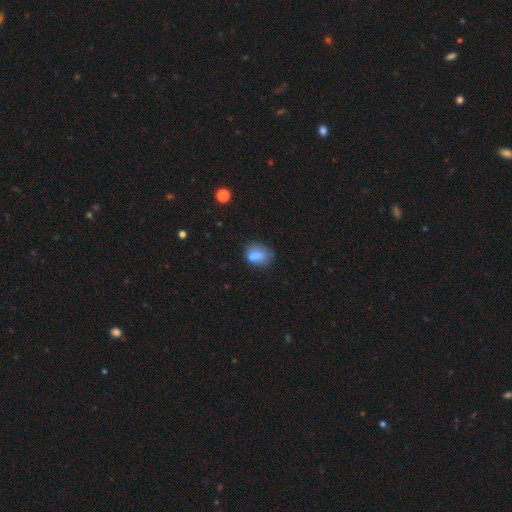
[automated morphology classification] This appears to be a smooth galaxy with no disk features (80%) that is in between round and cigar-shaped (74%). Merging: none (55%).